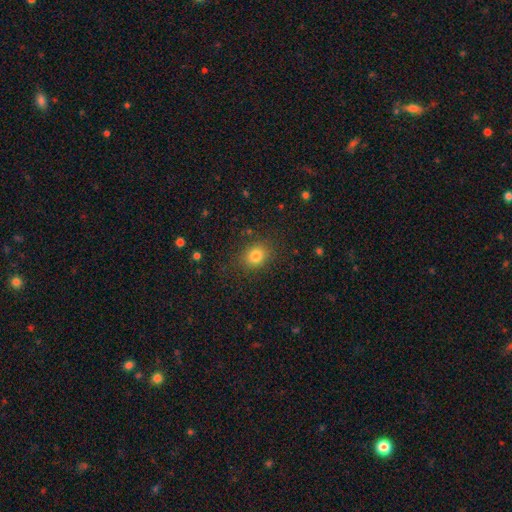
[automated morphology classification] smooth_or_featured: smooth (p=0.81) [alt: star or artifact p=0.12]
how_rounded: round (p=0.57) [alt: in between p=0.42]
merging: none (p=0.83) [alt: minor disturbance p=0.11]